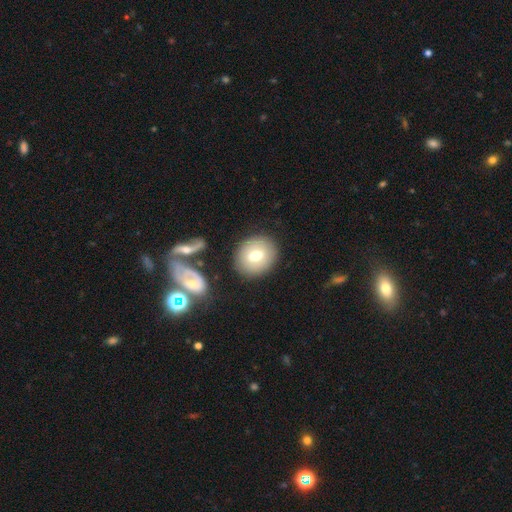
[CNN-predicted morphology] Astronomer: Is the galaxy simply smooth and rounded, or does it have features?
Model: smooth — 68%.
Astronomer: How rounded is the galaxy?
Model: round — 68%.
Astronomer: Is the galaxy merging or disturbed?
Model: none — 82%.